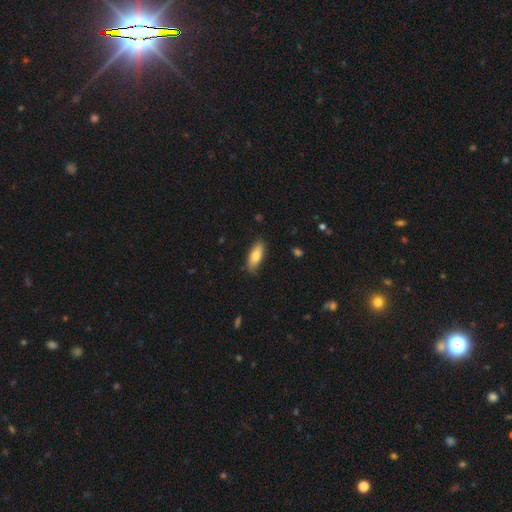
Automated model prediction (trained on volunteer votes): This is likely a smooth galaxy (77%). How rounded: likely in between (73%). Merging: clearly none (82%).